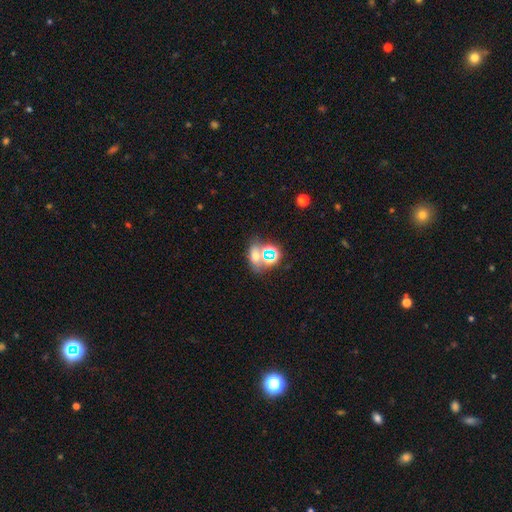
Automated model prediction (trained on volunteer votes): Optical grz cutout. It shows a smooth galaxy with no disk features (44%). Merging: none (46%).